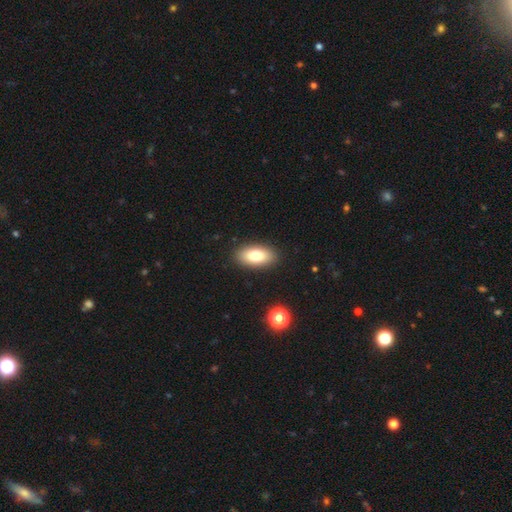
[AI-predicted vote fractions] Smooth or featured? smooth (79%)
How rounded? in between (91%)
Merging? none (89%)